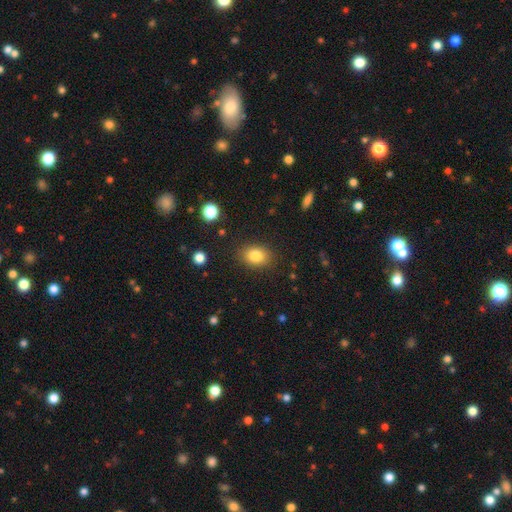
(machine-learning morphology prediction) This is clearly a smooth galaxy (84%). How rounded: likely in between (69%). Merging: clearly none (86%).